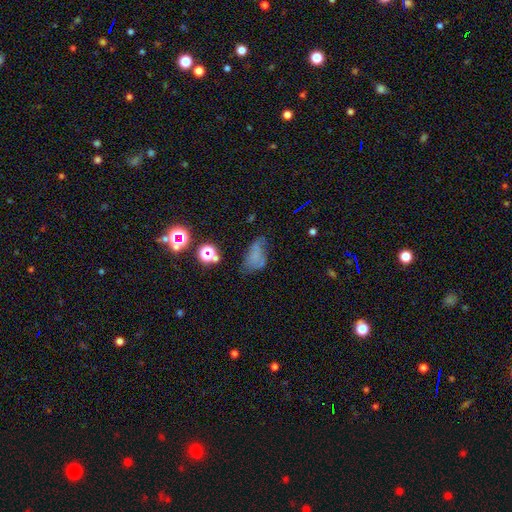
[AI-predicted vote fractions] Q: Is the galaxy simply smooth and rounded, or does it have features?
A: smooth — 54%.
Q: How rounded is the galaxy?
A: in between — 84%.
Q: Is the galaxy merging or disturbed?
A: none — 37%.